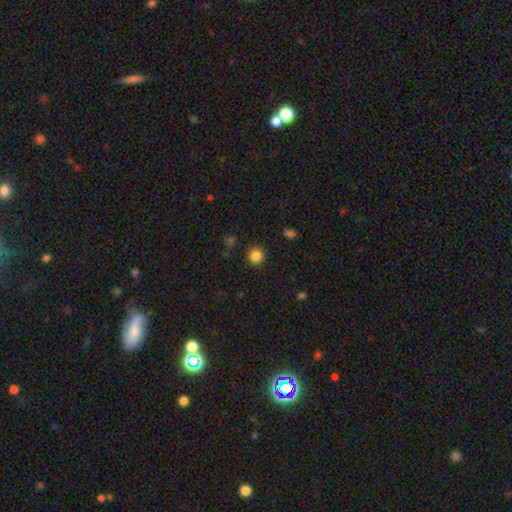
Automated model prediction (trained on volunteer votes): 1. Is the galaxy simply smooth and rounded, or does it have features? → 85% smooth, 12% star or artifact, 4% featured or disk.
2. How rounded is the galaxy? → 90% round, 9% in between, 1% cigar-shaped.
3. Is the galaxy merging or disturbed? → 90% none, 7% minor disturbance, 2% major disturbance, 2% merger.